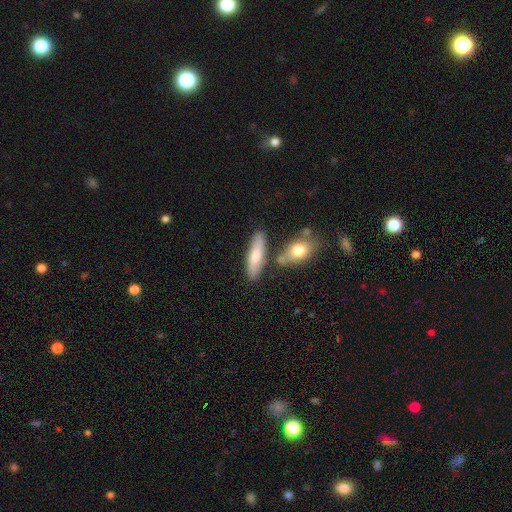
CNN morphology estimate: Overall: smooth (71%). How rounded: cigar-shaped (60%; in between 37%). Merging: none (71%).